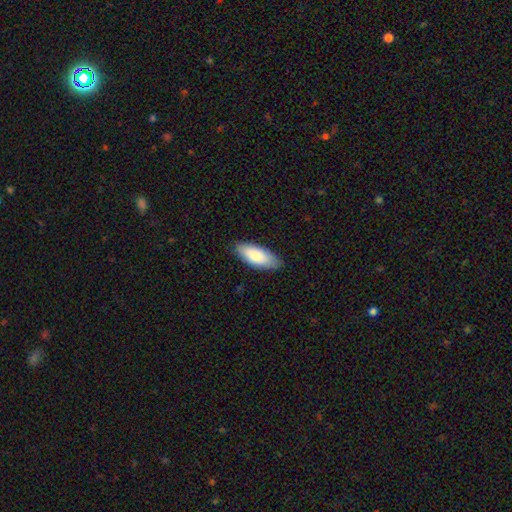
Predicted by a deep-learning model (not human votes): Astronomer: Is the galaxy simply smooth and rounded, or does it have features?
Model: smooth — 82%.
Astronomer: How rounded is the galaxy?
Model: in between — 81%.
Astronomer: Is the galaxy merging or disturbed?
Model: none — 84%.